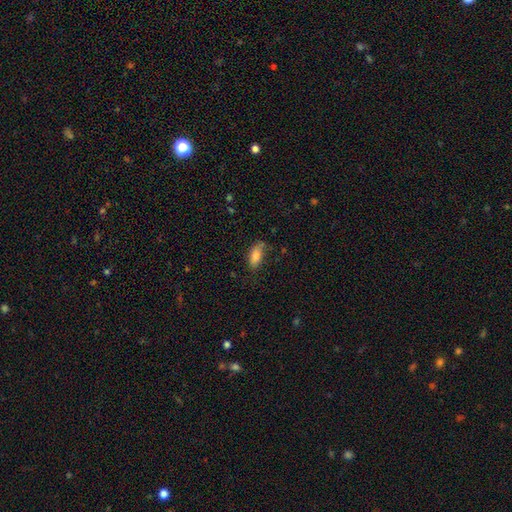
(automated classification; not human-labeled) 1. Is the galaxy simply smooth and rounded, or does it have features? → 81% smooth, 12% featured or disk, 8% star or artifact.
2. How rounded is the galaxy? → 87% in between, 10% cigar-shaped, 3% round.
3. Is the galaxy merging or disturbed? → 61% none, 27% minor disturbance, 9% major disturbance, 3% merger.